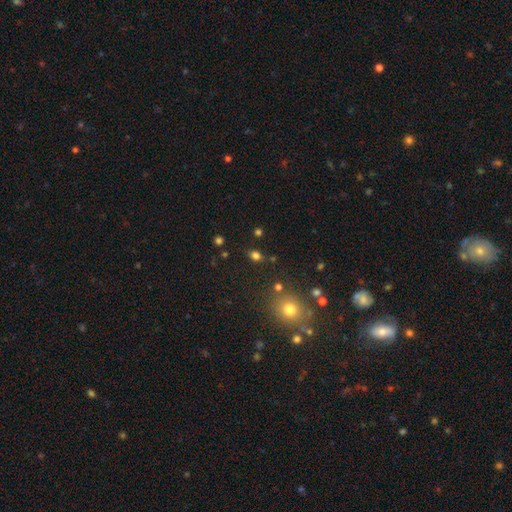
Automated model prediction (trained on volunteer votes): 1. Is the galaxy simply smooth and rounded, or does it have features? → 72% smooth, 21% star or artifact, 7% featured or disk.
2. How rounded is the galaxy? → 52% round, 45% in between, 2% cigar-shaped.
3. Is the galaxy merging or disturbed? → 80% none, 11% minor disturbance, 5% merger, 4% major disturbance.